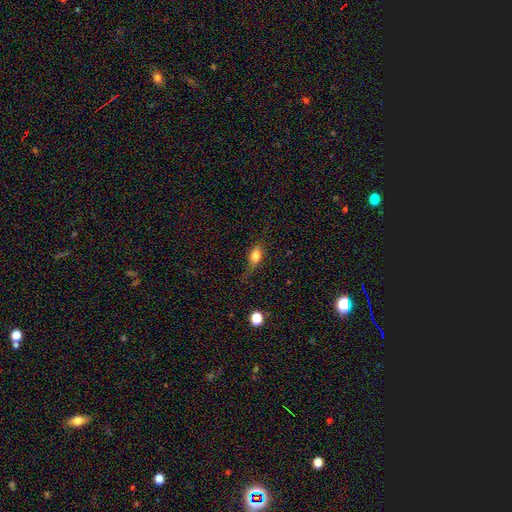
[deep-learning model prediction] smooth-or-featured: smooth: 70% | featured or disk: 20% | star or artifact: 10%
  how-rounded: in between: 75% | cigar-shaped: 14% | round: 11%
  merging: none: 52% | minor disturbance: 29% | major disturbance: 16% | merger: 2%